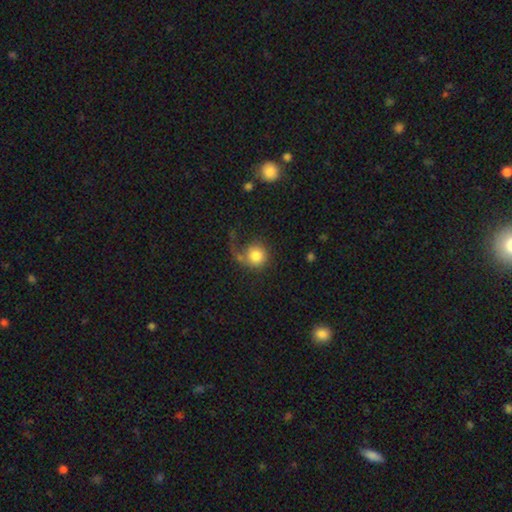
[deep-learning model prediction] Morphology: type=smooth (68%); roundness=round (88%); merging=major disturbance (40%).